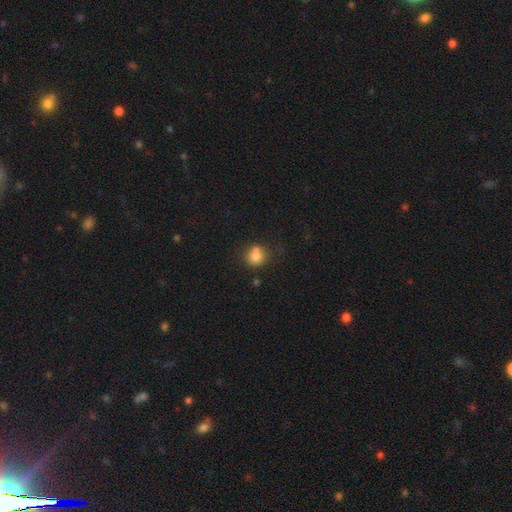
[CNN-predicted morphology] This appears to be a smooth galaxy with no disk features (77%) that is round (80%). Merging: none (53%).